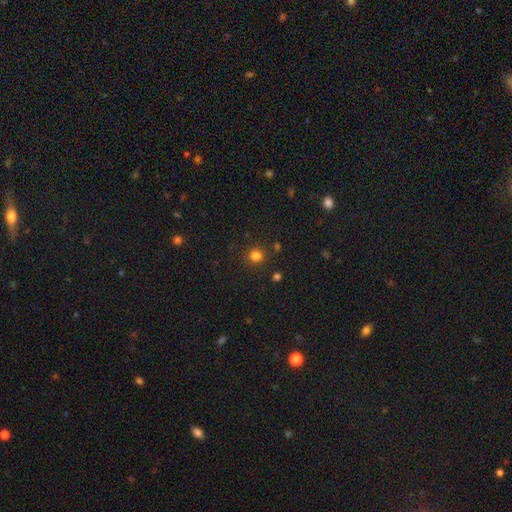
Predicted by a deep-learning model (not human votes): The model was most divided on "smooth or featured": smooth: 80%, star or artifact: 15%, featured or disk: 5%. More confident: how rounded — round (89%); merging — none (87%).